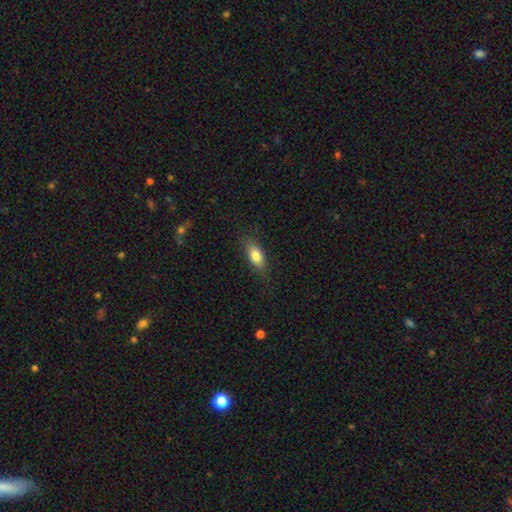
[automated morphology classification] This appears to be a smooth galaxy with no disk features (79%) that is in between round and cigar-shaped (81%). Merging: none (80%).